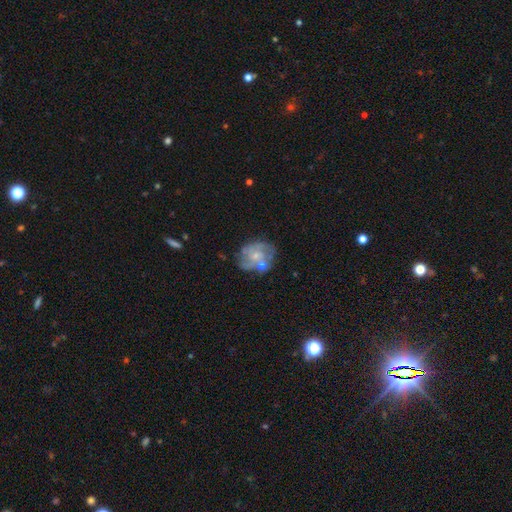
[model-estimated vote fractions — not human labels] Smooth or featured? featured or disk (72%)
Edge-on disk? no (98%)
Bar? no (75%)
Spiral arms? yes (77%)
Spiral winding? medium (42%)
Spiral arm count? can't tell (33%)
Bulge size? small (65%)
Merging? none (52%)